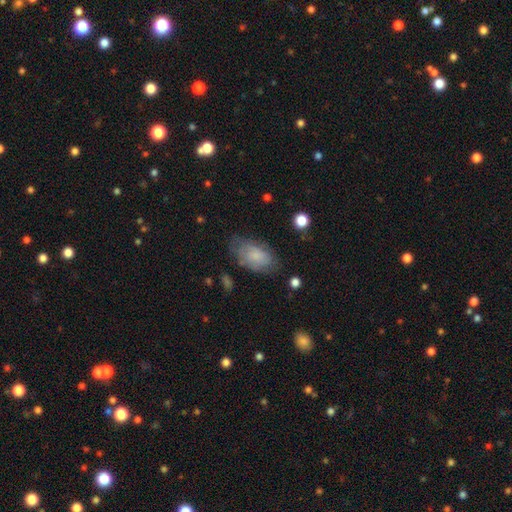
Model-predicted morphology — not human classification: This appears to be a smooth galaxy with no disk features (72%) that is in between round and cigar-shaped (93%). Merging: none (62%).